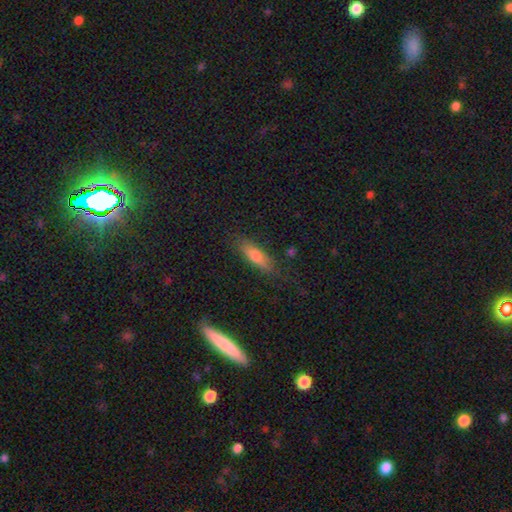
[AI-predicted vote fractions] Morphology: type=smooth (70%); roundness=in between (50%); merging=none (79%).